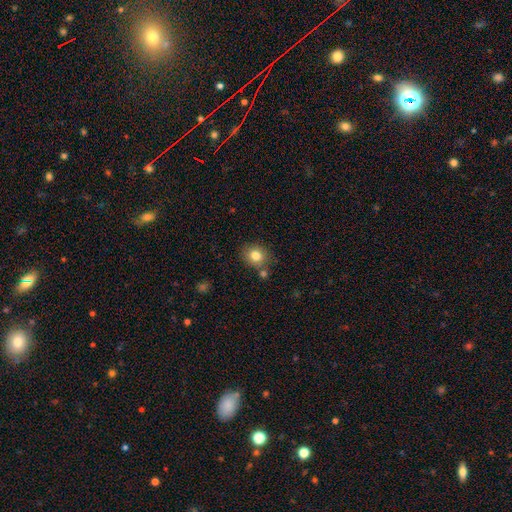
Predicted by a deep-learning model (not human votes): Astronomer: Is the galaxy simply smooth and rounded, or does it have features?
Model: smooth — 81%.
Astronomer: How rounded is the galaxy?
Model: round — 71%.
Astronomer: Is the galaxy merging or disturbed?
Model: none — 74%.